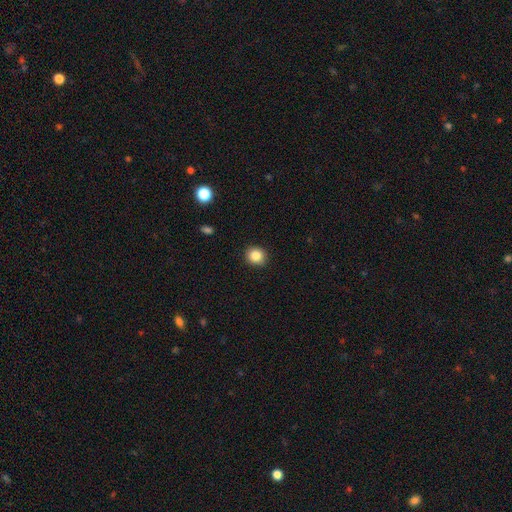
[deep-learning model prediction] Smooth or featured? Predicted: smooth (p=0.86). How rounded? Predicted: round (p=0.81). Merging? Predicted: none (p=0.91).